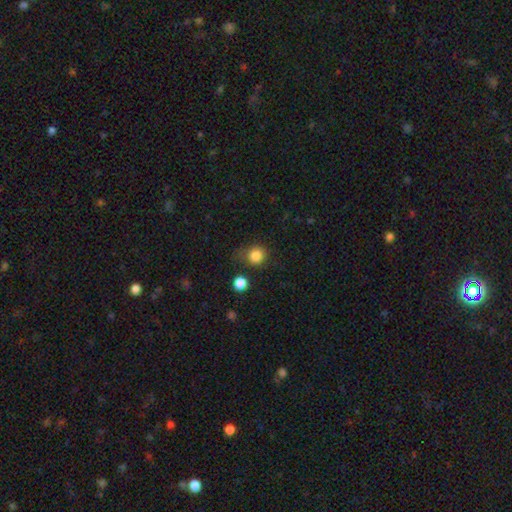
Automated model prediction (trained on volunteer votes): A smooth galaxy with no disk features (84%) that is round (87%).

Vote fractions:
- Smooth or featured? smooth: 84% / star or artifact: 12% / featured or disk: 5%
- How rounded? round: 87% / in between: 13% / cigar-shaped: 1%
- Merging? none: 71% / minor disturbance: 17% / major disturbance: 6% / merger: 6%